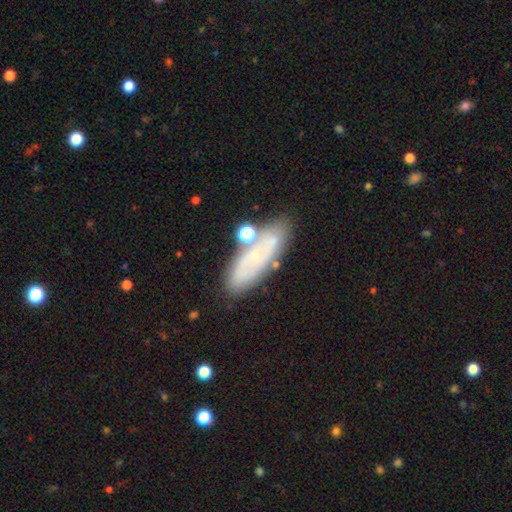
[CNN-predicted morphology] smooth-or-featured: featured or disk: 45% | smooth: 44% | star or artifact: 12%
  merging: none: 69% | minor disturbance: 16% | merger: 10% | major disturbance: 5%